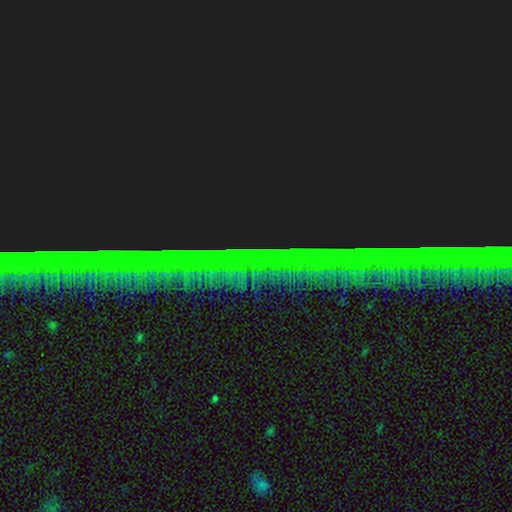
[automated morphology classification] Smooth or featured?
  - star or artifact: 87% *
  - featured or disk: 7%
  - smooth: 6%